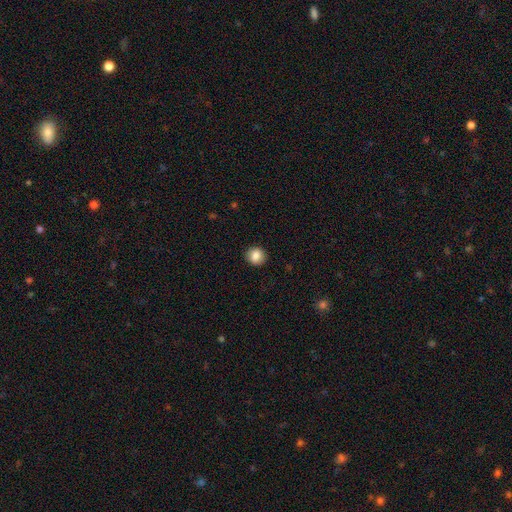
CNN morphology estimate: Smooth or featured?
  - smooth: 86% *
  - star or artifact: 9%
  - featured or disk: 5%
How rounded?
  - round: 87% *
  - in between: 13%
  - cigar-shaped: 1%
Merging?
  - none: 91% *
  - minor disturbance: 6%
  - major disturbance: 2%
  - merger: 1%